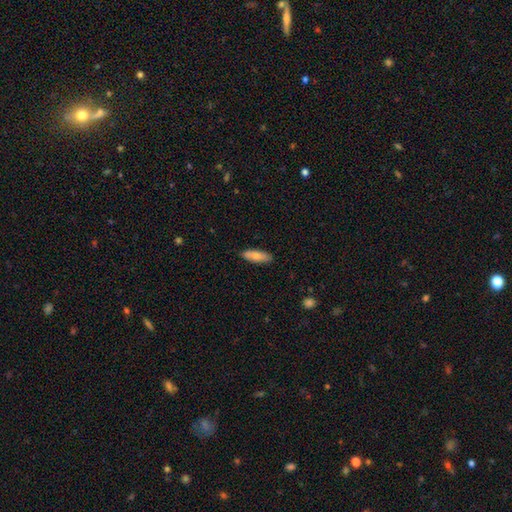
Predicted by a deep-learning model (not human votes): Overall: smooth (77%). How rounded: in between (58%; cigar-shaped 40%). Merging: none (84%).